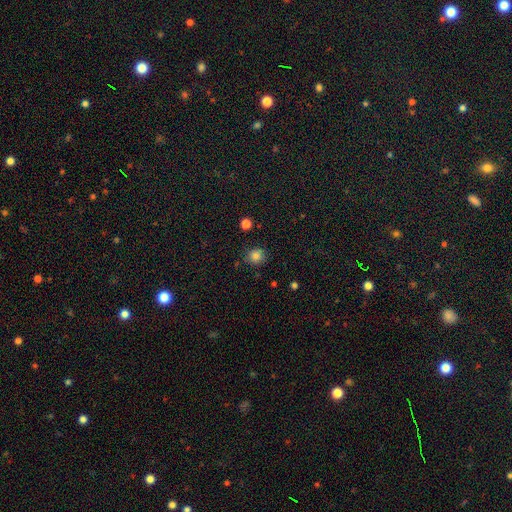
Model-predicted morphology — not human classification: smooth 83%, star or artifact 12%, featured or disk 5%. Down the decision tree: how rounded — round (88%); merging — none (85%).